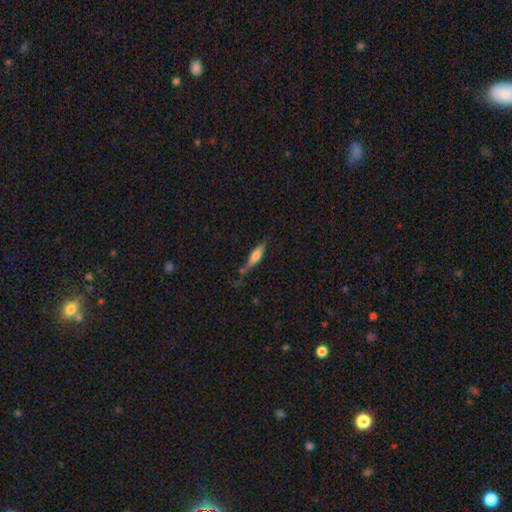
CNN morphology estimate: This appears to be a smooth galaxy with no disk features (63%) that is cigar-shaped (62%). Merging: none (50%).